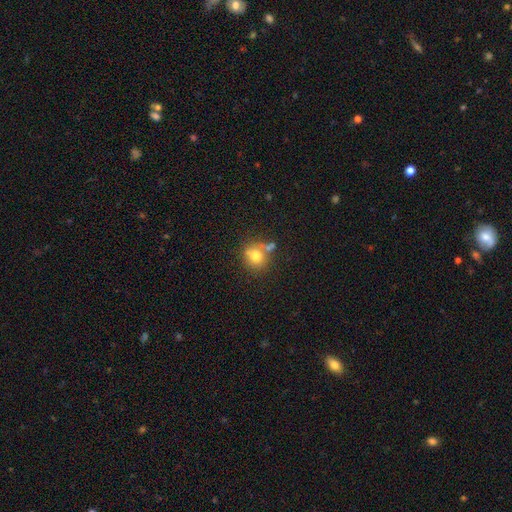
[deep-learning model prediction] This is likely a smooth galaxy (74%). How rounded: clearly round (84%). Merging: possibly none (57%).